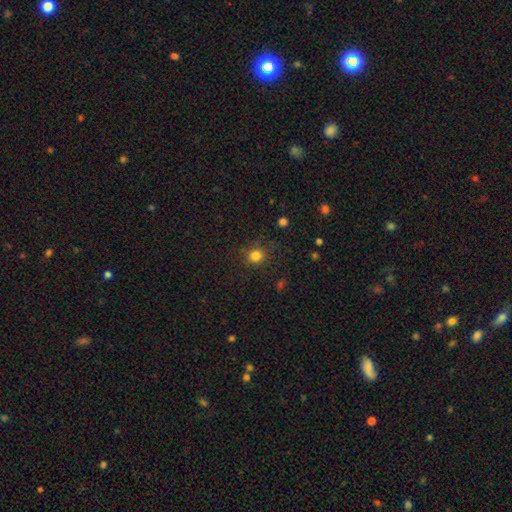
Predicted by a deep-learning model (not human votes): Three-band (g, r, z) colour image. It shows a smooth galaxy with no disk features (81%) that is round (87%). Merging: none (82%).